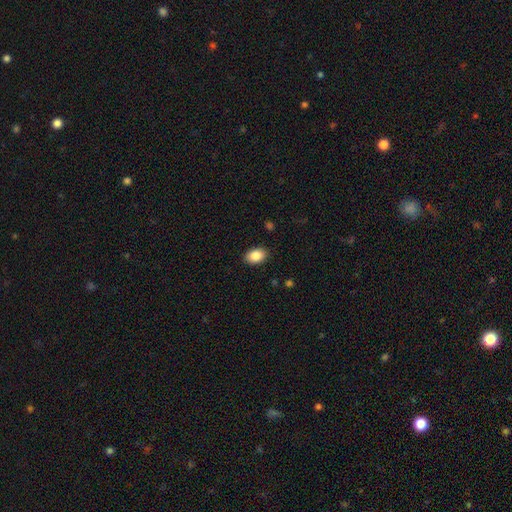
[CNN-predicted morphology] type=smooth (87%); roundness=in between (86%); merging=none (89%).